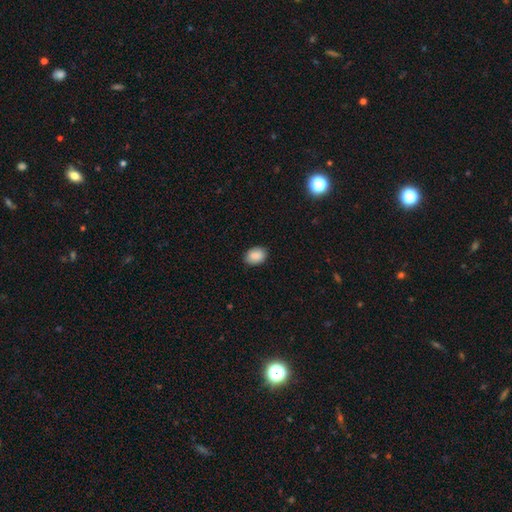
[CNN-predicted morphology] A smooth galaxy with no disk features (89%) that is in between round and cigar-shaped (73%). Merging: none (86%).